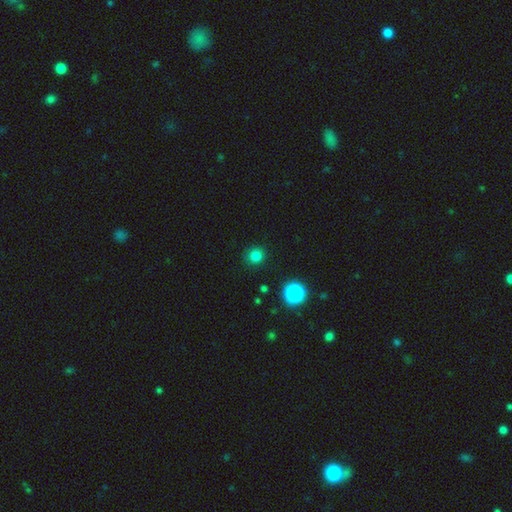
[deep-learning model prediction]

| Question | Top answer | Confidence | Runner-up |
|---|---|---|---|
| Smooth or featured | smooth | 80% | star or artifact (16%) |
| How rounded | round | 91% | in between (8%) |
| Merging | none | 90% | minor disturbance (7%) |